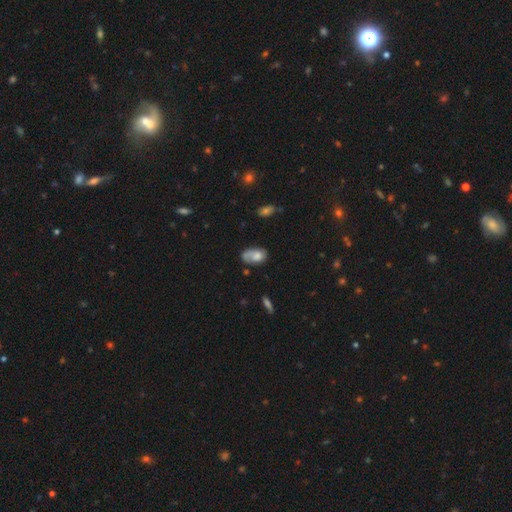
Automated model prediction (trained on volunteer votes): smooth_or_featured: smooth (p=0.66) [alt: featured or disk p=0.26]
how_rounded: in between (p=0.89) [alt: round p=0.08]
merging: none (p=0.44) [alt: minor disturbance p=0.32]